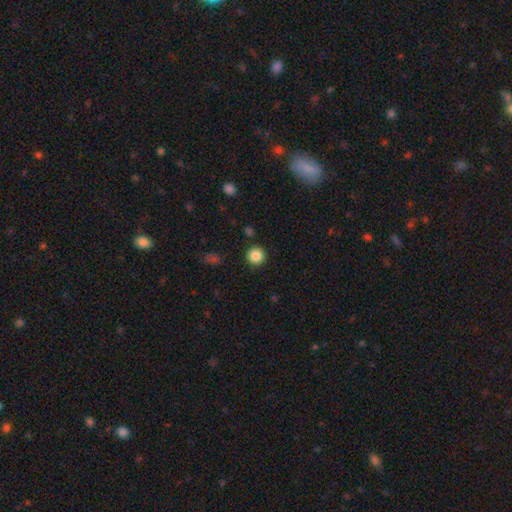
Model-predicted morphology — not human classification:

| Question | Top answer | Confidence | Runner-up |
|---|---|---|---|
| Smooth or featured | smooth | 85% | star or artifact (10%) |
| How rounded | round | 95% | in between (4%) |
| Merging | none | 91% | minor disturbance (5%) |